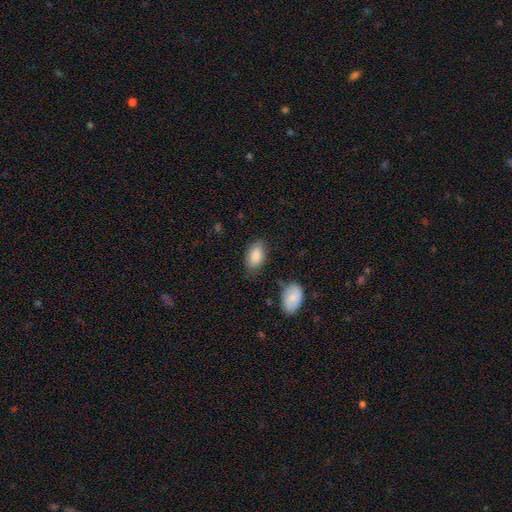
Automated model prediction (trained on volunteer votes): Overall: smooth (85%). How rounded: in between (93%). Merging: none (75%).